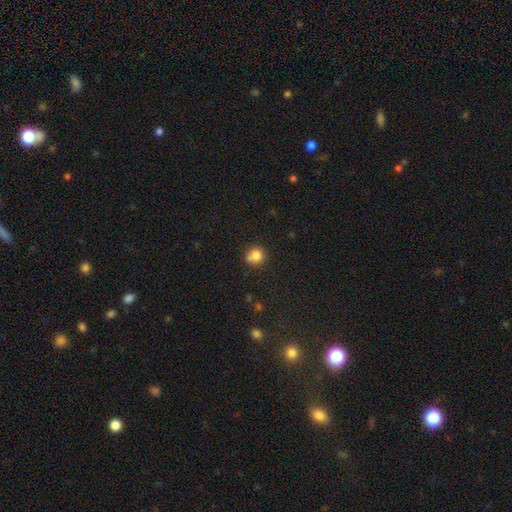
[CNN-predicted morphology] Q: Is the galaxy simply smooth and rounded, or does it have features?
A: smooth — 79%.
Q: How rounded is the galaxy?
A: round — 85%.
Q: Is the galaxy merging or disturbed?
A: none — 56%.